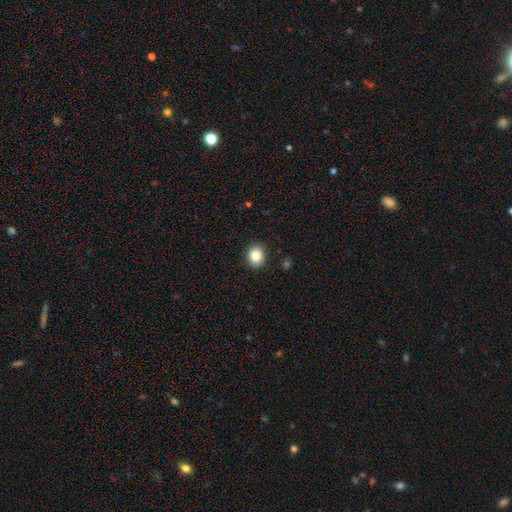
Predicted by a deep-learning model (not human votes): Morphology: type=smooth (83%); roundness=round (66%); merging=none (90%).